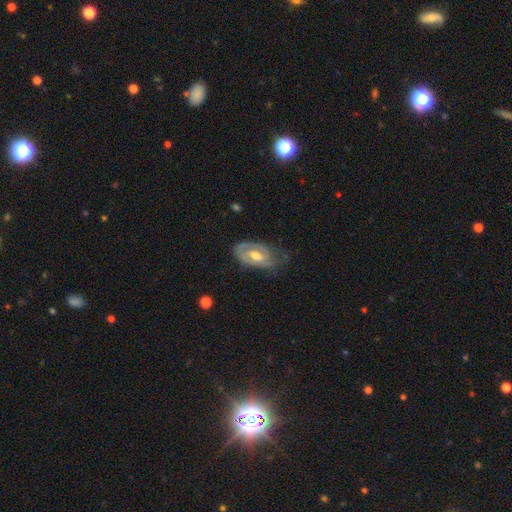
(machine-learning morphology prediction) Overall: featured or disk (72%). Edge-on disk: no (93%). Bar: weak (43%, tied with no). Spiral arms: yes (75%). Spiral arm count: 2 (44%; can't tell 30%). Spiral winding: tight (59%; medium 30%). Bulge size: moderate (71%). Merging: none (58%; minor disturbance 28%).